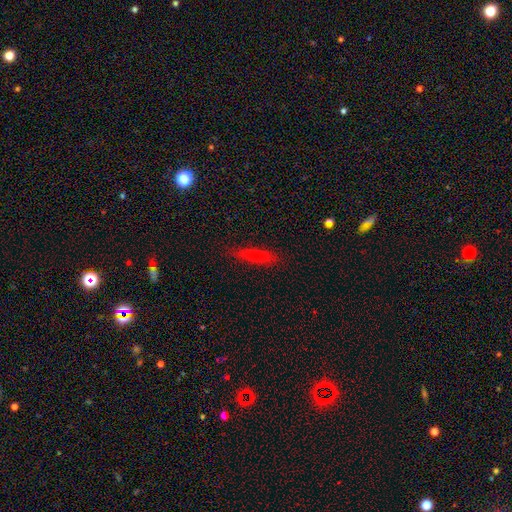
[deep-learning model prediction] smooth 65%, featured or disk 25%, star or artifact 10%. Down the decision tree: how rounded — cigar-shaped (84%); merging — none (85%).